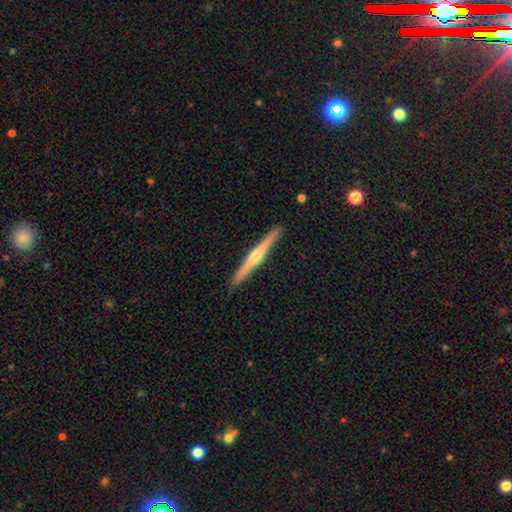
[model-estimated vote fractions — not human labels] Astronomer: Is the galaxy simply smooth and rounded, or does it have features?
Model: featured or disk — 72%.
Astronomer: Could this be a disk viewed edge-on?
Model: yes — 98%.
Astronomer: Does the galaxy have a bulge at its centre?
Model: rounded — 84%.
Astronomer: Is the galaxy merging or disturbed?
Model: none — 92%.